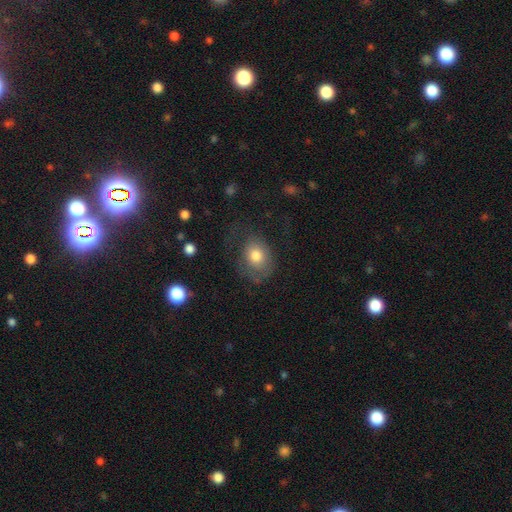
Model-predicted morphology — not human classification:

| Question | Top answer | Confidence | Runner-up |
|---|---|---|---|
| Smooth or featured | smooth | 69% | featured or disk (23%) |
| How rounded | in between | 61% | round (38%) |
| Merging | none | 48% | major disturbance (26%) |